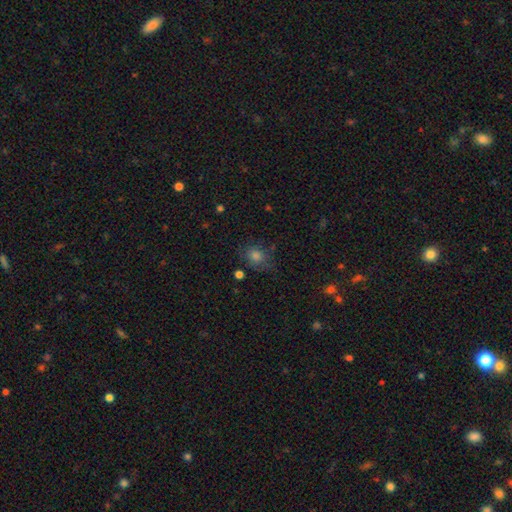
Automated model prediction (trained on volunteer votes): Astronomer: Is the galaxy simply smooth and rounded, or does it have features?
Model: smooth — 67%.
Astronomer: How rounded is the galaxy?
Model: round — 62%.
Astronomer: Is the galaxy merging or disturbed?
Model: none — 68%.